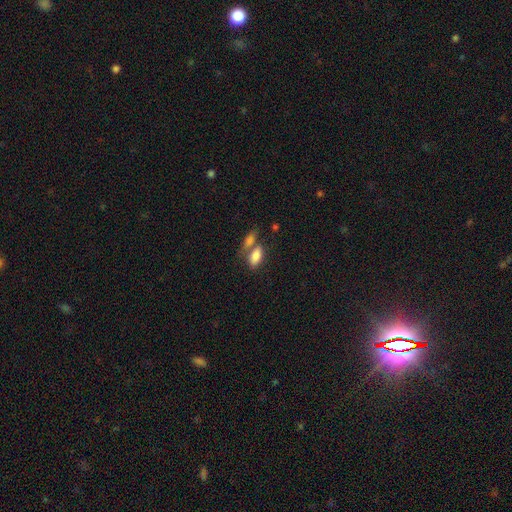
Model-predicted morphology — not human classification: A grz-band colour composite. It shows a smooth galaxy with no disk features (82%) that is in between round and cigar-shaped (88%). Merging: merger (45%).